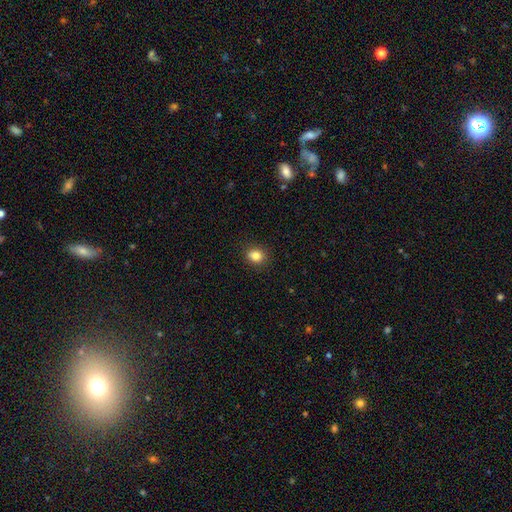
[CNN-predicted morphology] The model was most divided on "how rounded": round: 63%, in between: 36%, cigar-shaped: 1%. More confident: merging — none (88%); smooth or featured — smooth (83%).